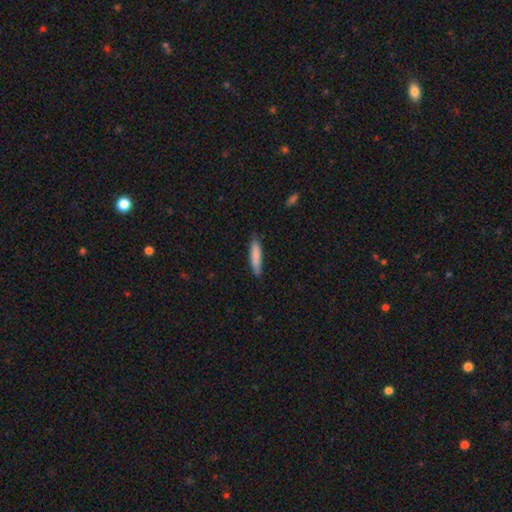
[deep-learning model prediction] This is clearly a smooth galaxy (82%). How rounded: clearly cigar-shaped (84%). Merging: likely none (78%).